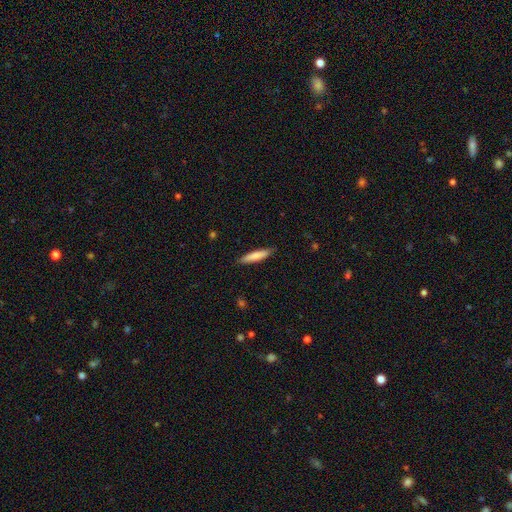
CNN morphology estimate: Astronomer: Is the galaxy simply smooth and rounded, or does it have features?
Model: smooth — 79%.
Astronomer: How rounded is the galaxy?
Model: cigar-shaped — 86%.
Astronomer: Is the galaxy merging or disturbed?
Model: none — 88%.